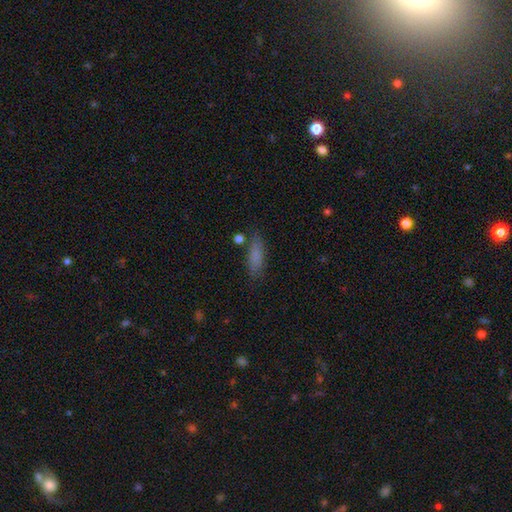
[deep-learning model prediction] A smooth galaxy with no disk features (81%) that is in between round and cigar-shaped (49%). Merging: none (79%).